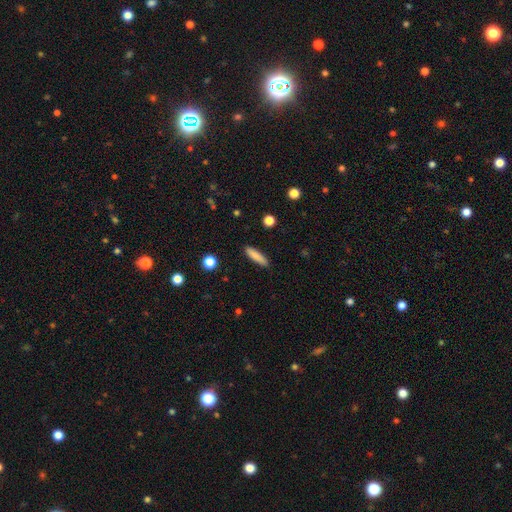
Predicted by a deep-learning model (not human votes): This appears to be a smooth galaxy with no disk features (85%) that is cigar-shaped (74%). Merging: none (88%).